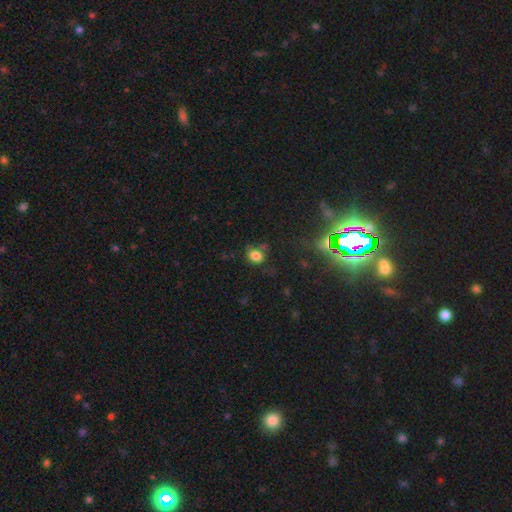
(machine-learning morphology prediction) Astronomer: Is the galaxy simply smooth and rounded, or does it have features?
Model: smooth — 77%.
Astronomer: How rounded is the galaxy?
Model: round — 57% (runner-up: in between, 42%).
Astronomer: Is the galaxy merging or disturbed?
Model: none — 64%.